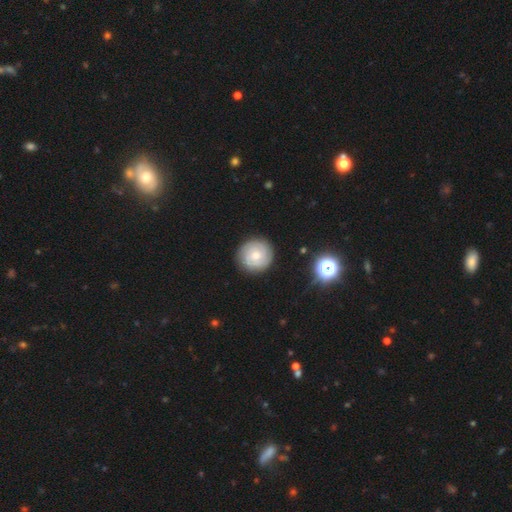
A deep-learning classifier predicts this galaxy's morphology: This appears to be a featured or disk galaxy (57%) with no bar (71%), tight (73%) spiral arms (90%) and a moderate central bulge (55%). Merging: none (86%).